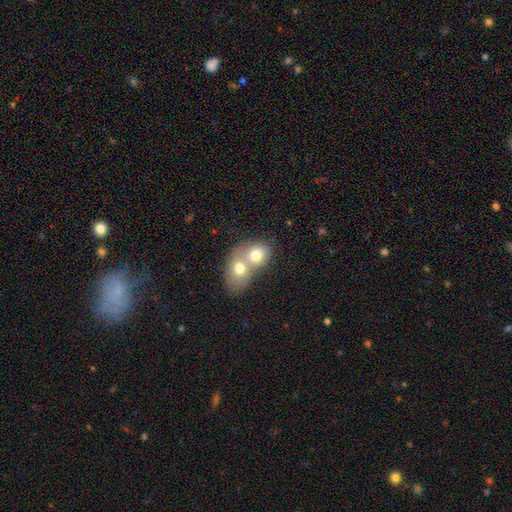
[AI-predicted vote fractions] The model was most divided on "how rounded": in between: 55%, round: 44%, cigar-shaped: 1%. More confident: merging — merger (74%); smooth or featured — smooth (70%).